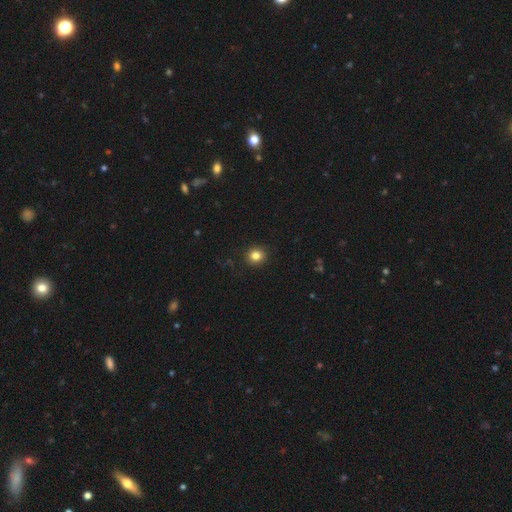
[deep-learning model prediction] smooth 83%, star or artifact 11%, featured or disk 5%. Down the decision tree: how rounded — round (85%); merging — none (91%).